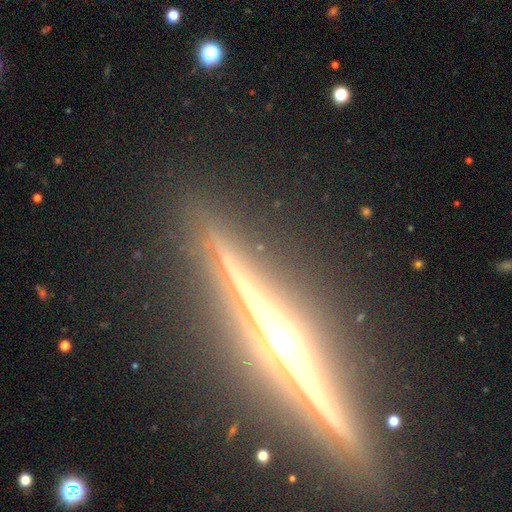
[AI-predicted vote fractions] Overall: featured or disk (88%). Edge-on disk: yes (98%). Edge-on bulge: rounded (75%). Merging: none (90%).